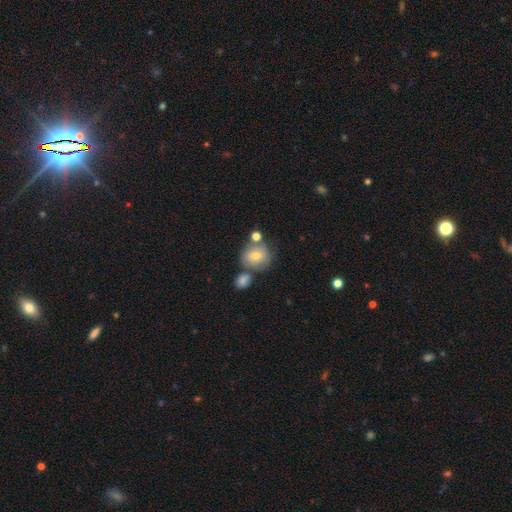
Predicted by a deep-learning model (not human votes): Smooth or featured?
  - smooth: 67% *
  - featured or disk: 24%
  - star or artifact: 9%
How rounded?
  - round: 81% *
  - in between: 18%
  - cigar-shaped: 1%
Merging?
  - none: 53% *
  - merger: 26%
  - minor disturbance: 16%
  - major disturbance: 5%